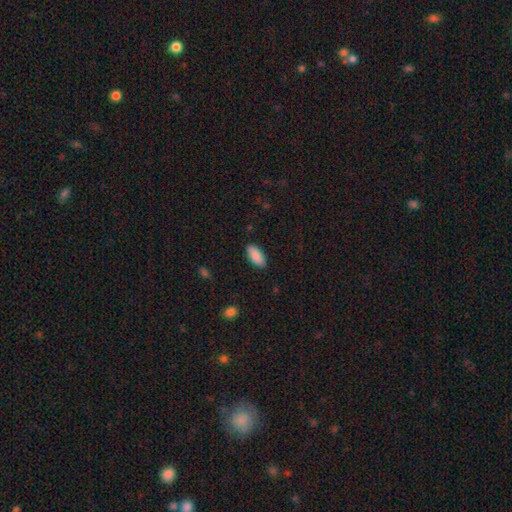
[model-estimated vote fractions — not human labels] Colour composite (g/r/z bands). It shows a smooth galaxy with no disk features (89%) that is in between round and cigar-shaped (89%). Merging: none (89%).